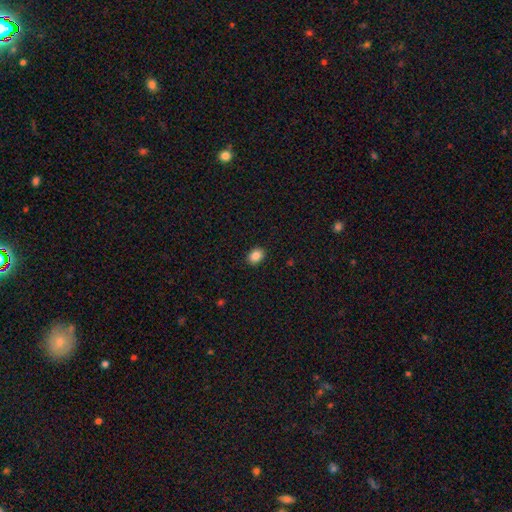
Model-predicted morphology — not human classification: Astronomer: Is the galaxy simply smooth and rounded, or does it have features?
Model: smooth — 87%.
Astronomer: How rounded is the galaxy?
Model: in between — 59% (runner-up: round, 40%).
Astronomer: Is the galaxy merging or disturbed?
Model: none — 90%.